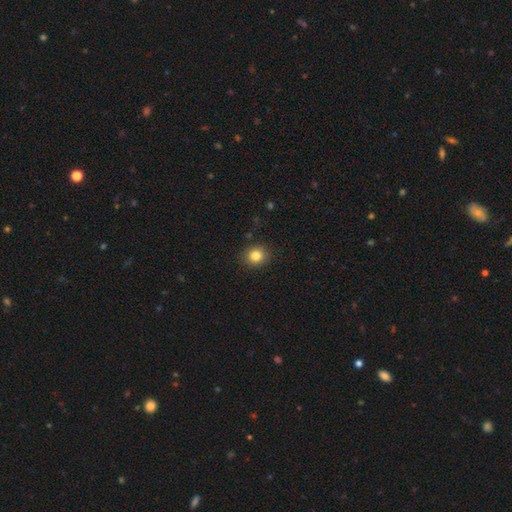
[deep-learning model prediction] This is clearly a smooth galaxy (82%). How rounded: clearly round (83%). Merging: clearly none (90%).